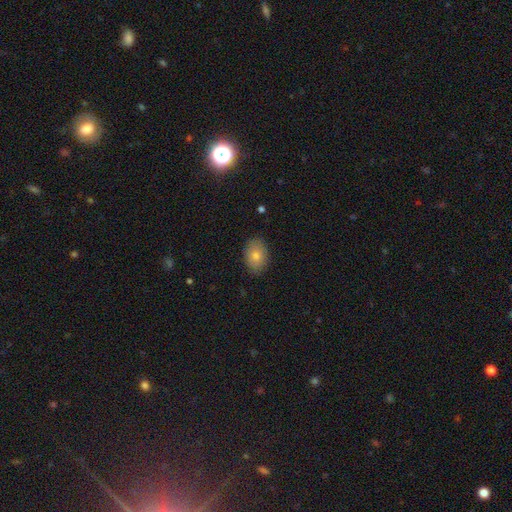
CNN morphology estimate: smooth_or_featured: smooth (p=0.77) [alt: featured or disk p=0.13]
how_rounded: in between (p=0.80) [alt: round p=0.19]
merging: none (p=0.87) [alt: minor disturbance p=0.10]